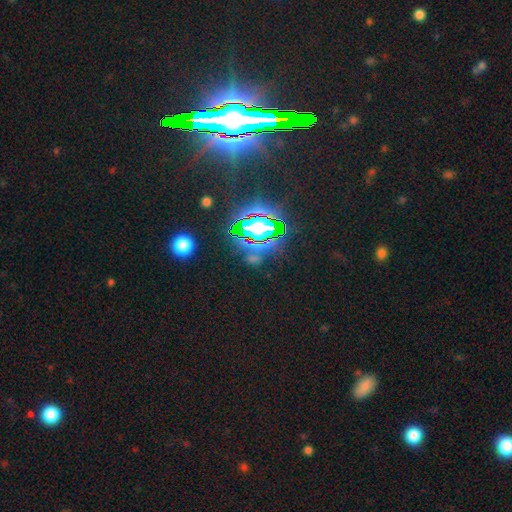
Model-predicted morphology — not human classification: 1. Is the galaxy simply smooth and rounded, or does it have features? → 72% star or artifact, 15% smooth, 13% featured or disk.